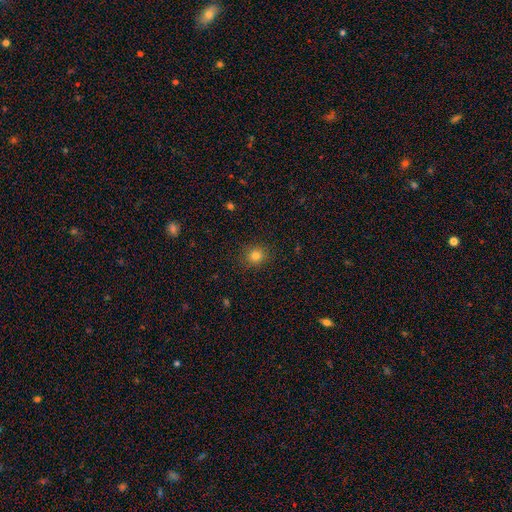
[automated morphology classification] A smooth galaxy with no disk features (81%) that is round (87%). Merging: none (89%).